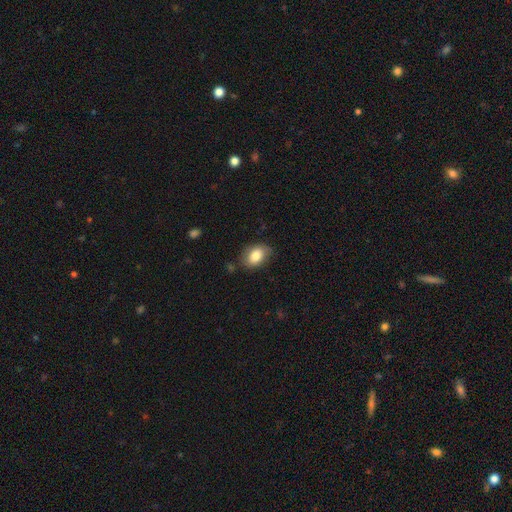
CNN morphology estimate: Smooth or featured? Predicted: smooth (p=0.82). How rounded? Predicted: in between (p=0.84). Merging? Predicted: none (p=0.74).